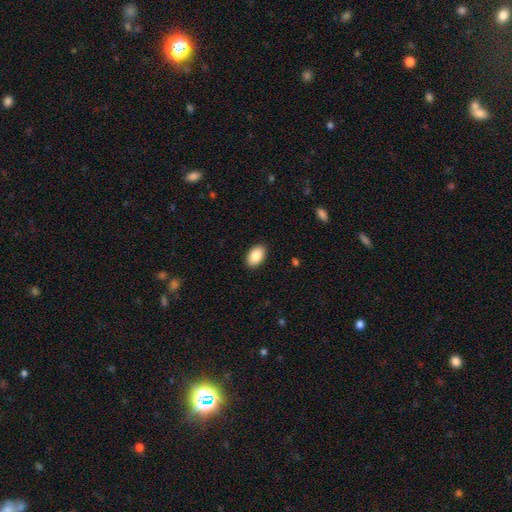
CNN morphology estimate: Smooth or featured: smooth — 88% (star or artifact — 7%)
How rounded: in between — 92% (round — 7%)
Merging: none — 90% (minor disturbance — 7%)